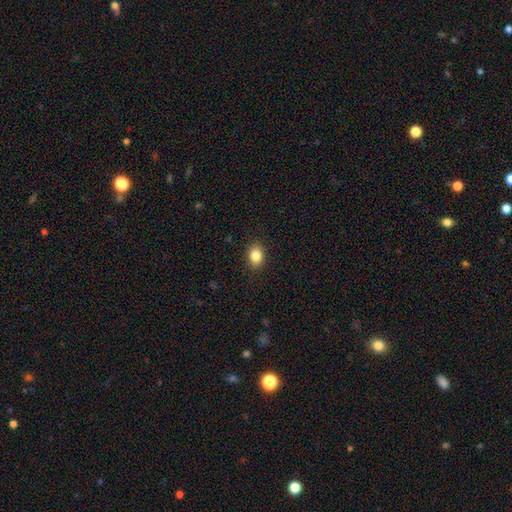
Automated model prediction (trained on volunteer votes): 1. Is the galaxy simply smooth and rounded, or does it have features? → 85% smooth, 9% star or artifact, 6% featured or disk.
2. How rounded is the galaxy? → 68% in between, 31% round, 1% cigar-shaped.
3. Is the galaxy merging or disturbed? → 89% none, 8% minor disturbance, 2% major disturbance, 1% merger.